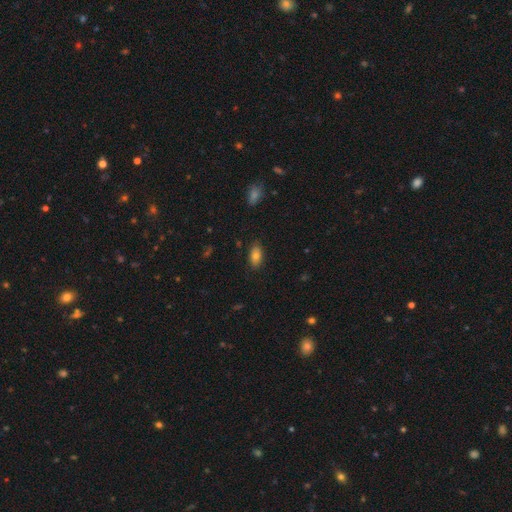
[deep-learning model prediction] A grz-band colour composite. It shows a smooth galaxy with no disk features (79%) that is in between round and cigar-shaped (91%). Merging: none (84%).